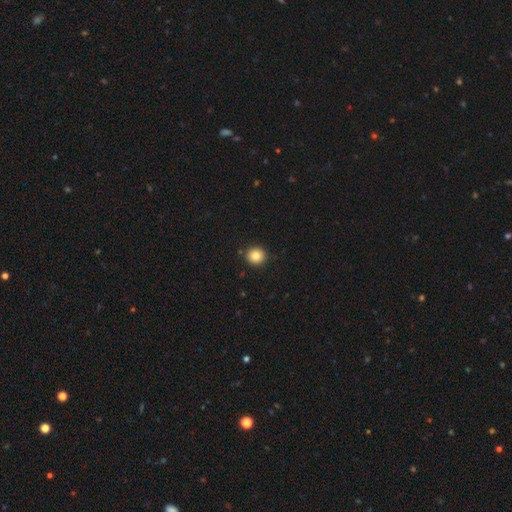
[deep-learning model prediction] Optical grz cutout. It shows a smooth galaxy with no disk features (84%) that is round (91%). Merging: none (91%).